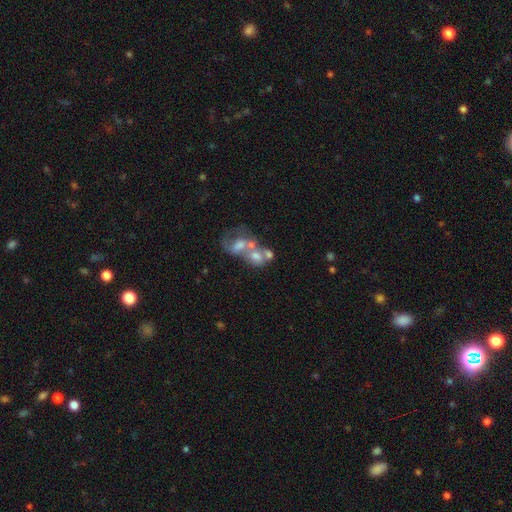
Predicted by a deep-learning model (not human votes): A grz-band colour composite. It shows a featured or disk galaxy (49%). Merging: merger (63%).